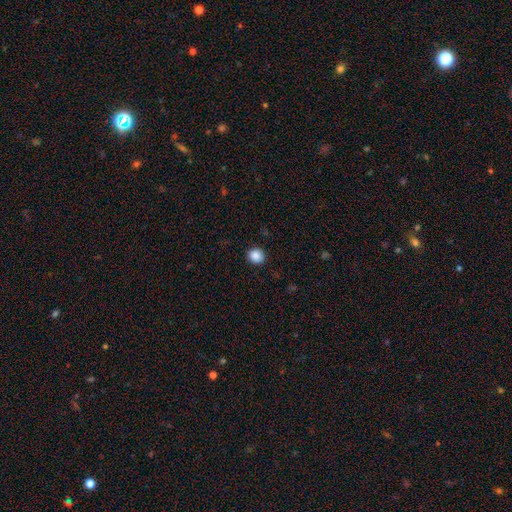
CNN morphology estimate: The model was most divided on "how rounded": round: 85%, in between: 14%, cigar-shaped: 1%. More confident: merging — none (91%); smooth or featured — smooth (88%).